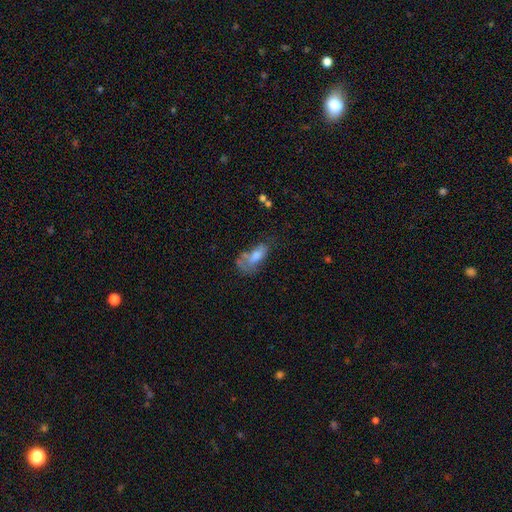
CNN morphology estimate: smooth-or-featured: smooth: 56% | featured or disk: 32% | star or artifact: 12%
  how-rounded: in between: 82% | cigar-shaped: 14% | round: 5%
  merging: major disturbance: 33% | none: 32% | minor disturbance: 23% | merger: 13%